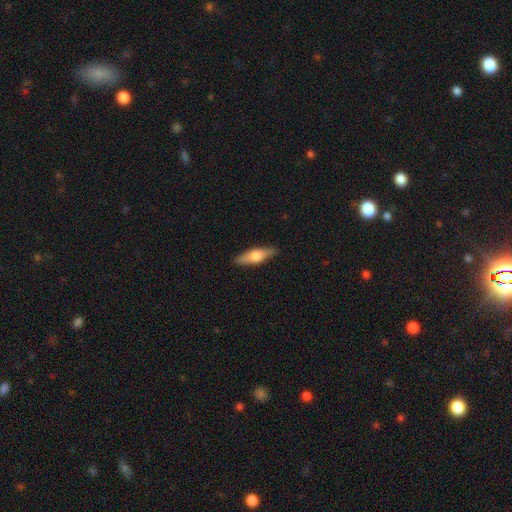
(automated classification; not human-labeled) Smooth or featured? smooth (52%)
How rounded? cigar-shaped (53%)
Merging? none (88%)